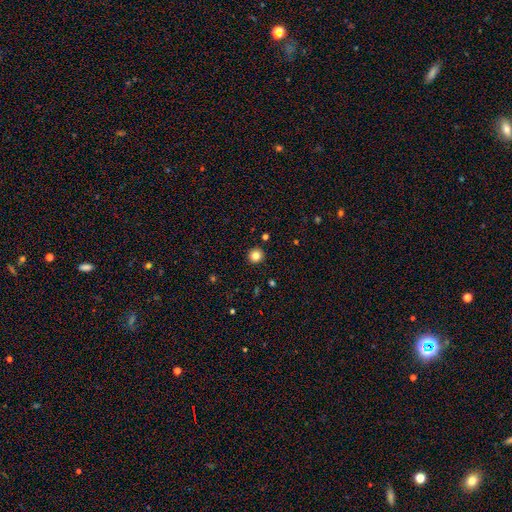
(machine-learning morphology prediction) Q: Smooth or featured?
A: smooth (82%); runner-up: star or artifact (12%)
Q: How rounded?
A: round (94%); runner-up: in between (5%)
Q: Merging?
A: none (93%); runner-up: minor disturbance (5%)